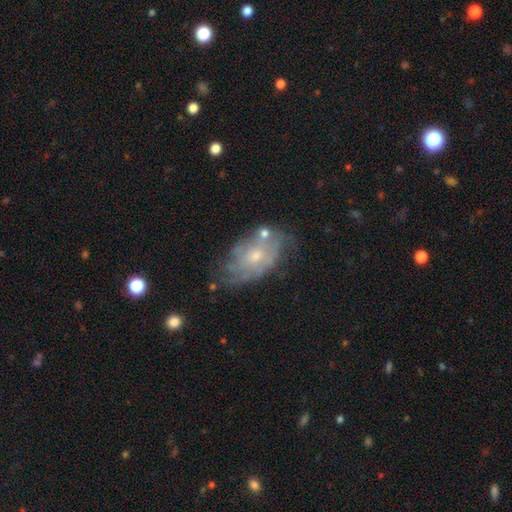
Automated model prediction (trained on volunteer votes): This appears to be a featured or disk galaxy (66%) with no bar (79%), spiral arms (72%) and a small central bulge (56%). Merging: none (57%).